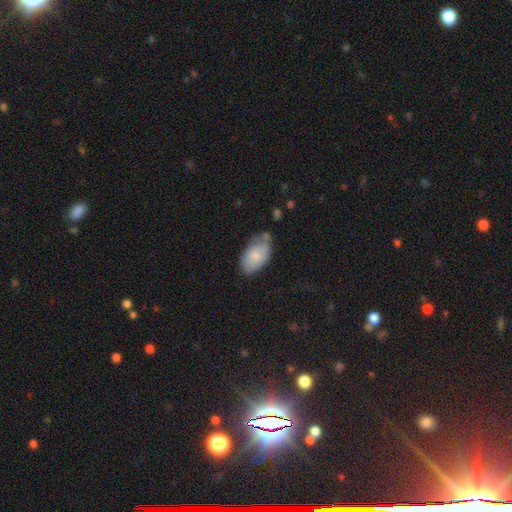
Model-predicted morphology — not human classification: smooth 81%, featured or disk 13%, star or artifact 6%. Down the decision tree: how rounded — in between (95%); merging — none (55%).